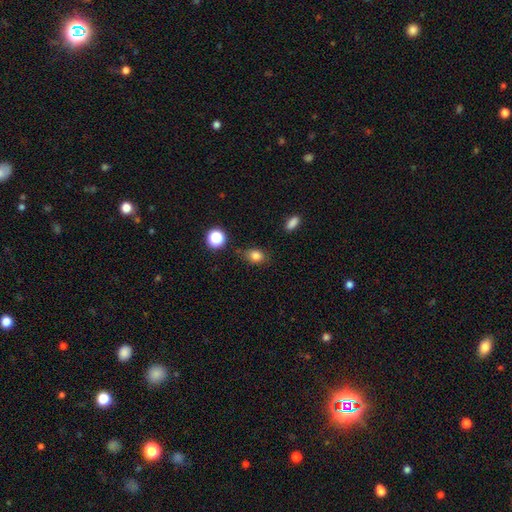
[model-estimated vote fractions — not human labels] Overall: smooth (82%). How rounded: in between (60%; round 39%). Merging: none (76%).